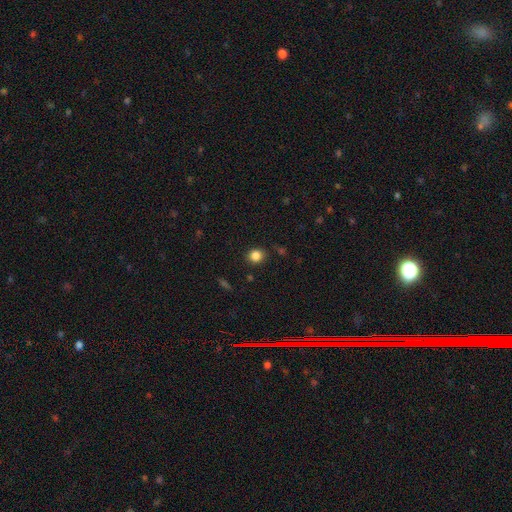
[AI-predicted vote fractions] Overall: smooth (84%). How rounded: round (81%). Merging: none (87%).